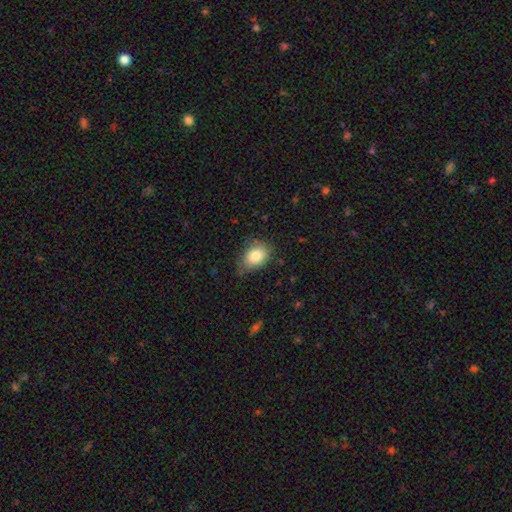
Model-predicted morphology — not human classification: A smooth galaxy with no disk features (83%) that is in between round and cigar-shaped (78%).

Vote fractions:
- Smooth or featured? smooth: 83% / featured or disk: 9% / star or artifact: 8%
- How rounded? in between: 78% / round: 21% / cigar-shaped: 1%
- Merging? none: 65% / minor disturbance: 28% / major disturbance: 6% / merger: 2%